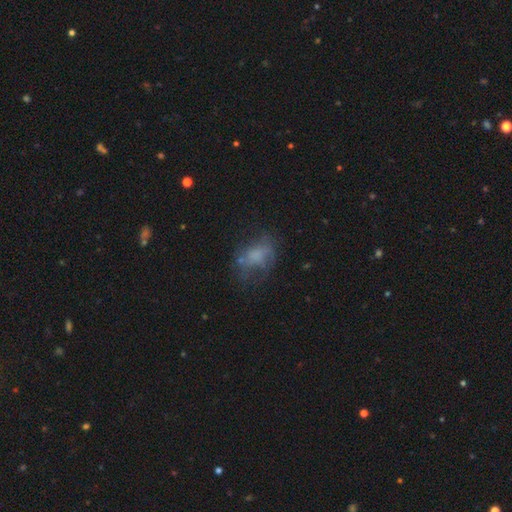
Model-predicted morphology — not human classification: smooth-or-featured: smooth: 48% | featured or disk: 36% | star or artifact: 15%
  merging: none: 43% | major disturbance: 27% | minor disturbance: 24% | merger: 5%